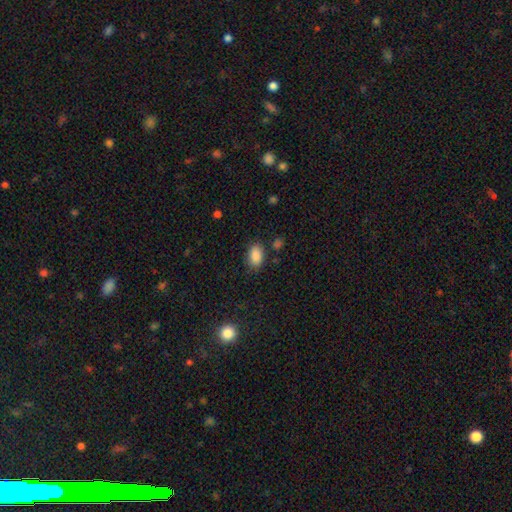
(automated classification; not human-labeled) Smooth or featured? Predicted: smooth (p=0.87). How rounded? Predicted: in between (p=0.87). Merging? Predicted: none (p=0.81).